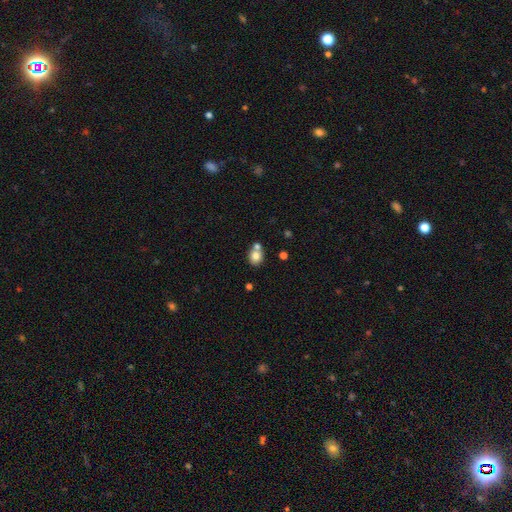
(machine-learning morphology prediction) Overall: smooth (79%). How rounded: round (65%; in between 34%). Merging: none (49%; merger 38%).